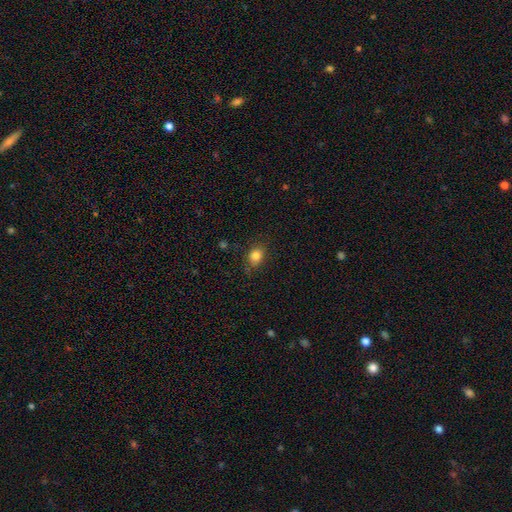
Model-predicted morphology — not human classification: type=smooth (82%); roundness=in between (56%); merging=none (79%).